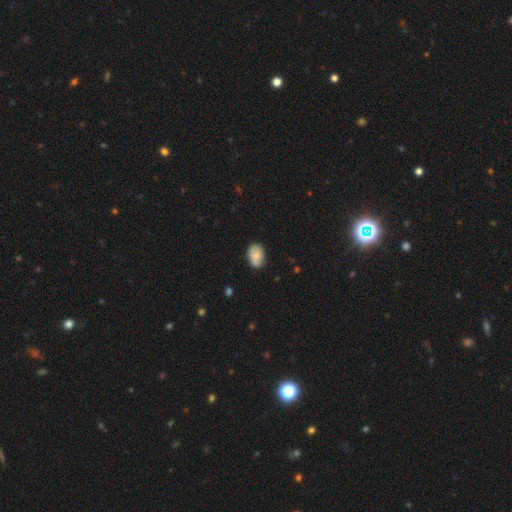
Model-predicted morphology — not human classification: Overall: smooth (69%). How rounded: in between (79%). Merging: none (66%; minor disturbance 26%).